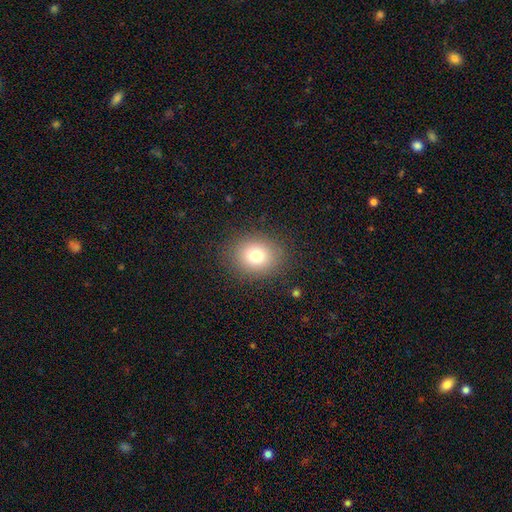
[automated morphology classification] This is likely a smooth galaxy (76%). How rounded: likely round (61%). Merging: clearly none (86%).